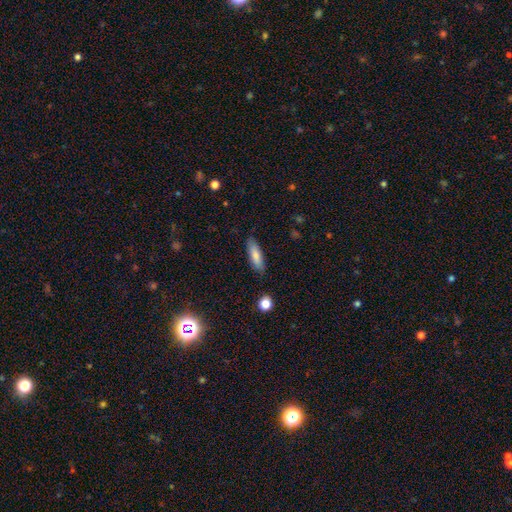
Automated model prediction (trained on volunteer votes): The model was most divided on "how rounded": cigar-shaped: 55%, in between: 43%, round: 2%. More confident: merging — none (84%); smooth or featured — smooth (78%).